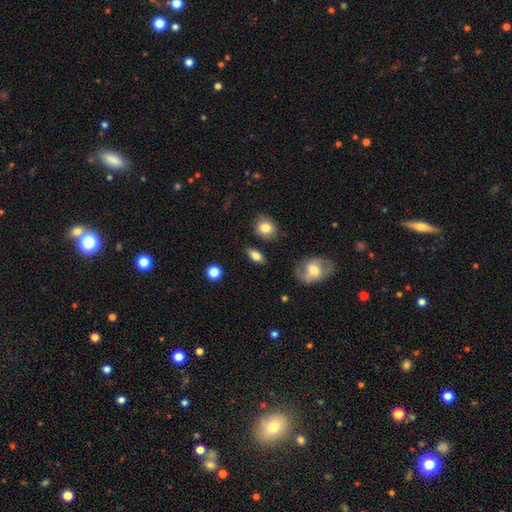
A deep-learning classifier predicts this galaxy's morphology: type=smooth (80%); roundness=in between (83%); merging=none (82%).